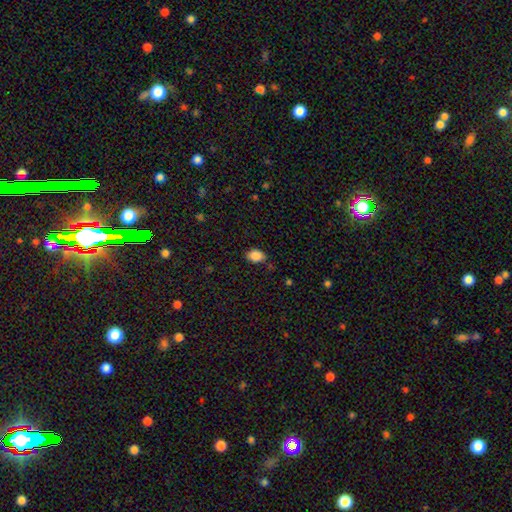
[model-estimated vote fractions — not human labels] The model was most divided on "how rounded": in between: 74%, round: 25%, cigar-shaped: 1%. More confident: smooth or featured — smooth (87%); merging — none (80%).